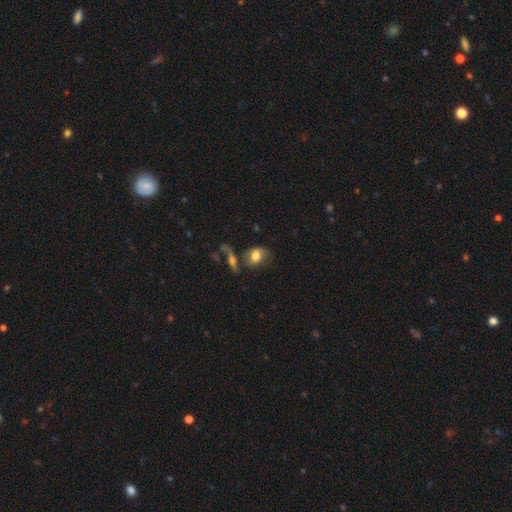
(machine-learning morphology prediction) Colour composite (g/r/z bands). It shows a smooth galaxy with no disk features (74%) that is in between round and cigar-shaped (69%). Merging: none (50%).